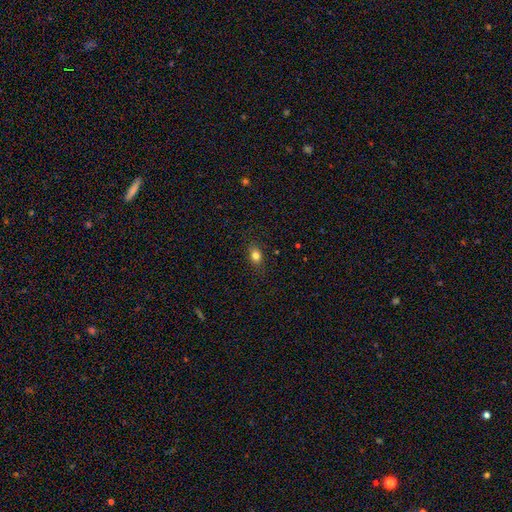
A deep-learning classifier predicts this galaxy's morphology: A smooth galaxy with no disk features (81%) that is in between round and cigar-shaped (70%). Merging: none (85%).